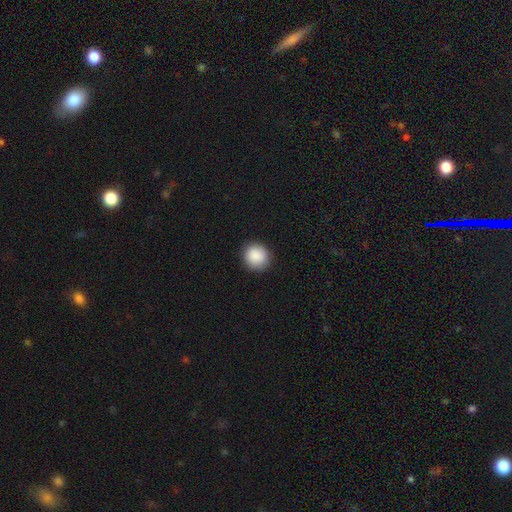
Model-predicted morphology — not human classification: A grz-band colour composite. It shows a smooth galaxy with no disk features (89%) that is round (89%). Merging: none (90%).